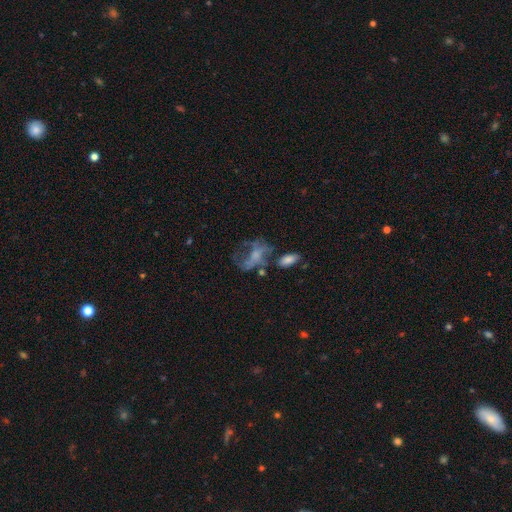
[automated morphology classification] Smooth or featured: featured or disk — 51% (smooth — 34%)
Edge-on disk: no — 95% (yes — 5%)
Merging: major disturbance — 35% (none — 33%)